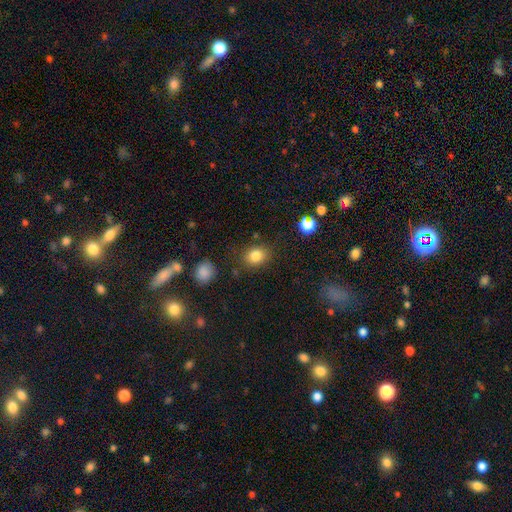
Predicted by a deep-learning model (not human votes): smooth-or-featured: smooth: 83% | star or artifact: 11% | featured or disk: 6%
  how-rounded: round: 53% | in between: 46% | cigar-shaped: 1%
  merging: none: 81% | minor disturbance: 12% | major disturbance: 4% | merger: 3%